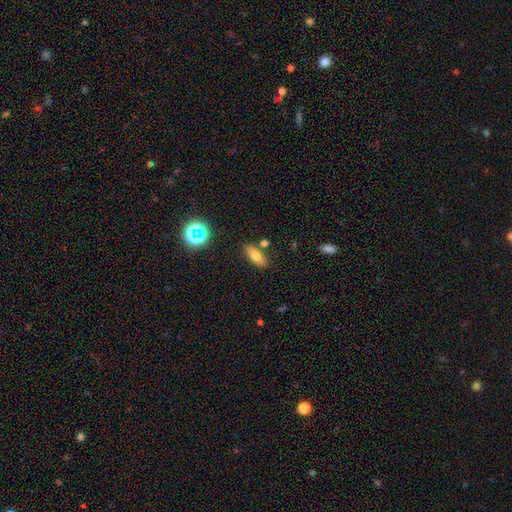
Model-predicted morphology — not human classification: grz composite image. It shows a smooth galaxy with no disk features (66%) that is in between round and cigar-shaped (72%). Merging: none (79%).